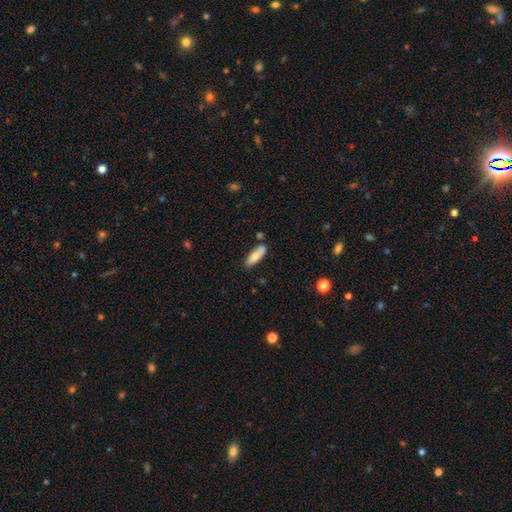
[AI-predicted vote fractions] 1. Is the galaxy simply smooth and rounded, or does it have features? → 78% smooth, 15% featured or disk, 7% star or artifact.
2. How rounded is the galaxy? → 62% in between, 36% cigar-shaped, 2% round.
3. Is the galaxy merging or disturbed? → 70% none, 19% minor disturbance, 7% merger, 4% major disturbance.